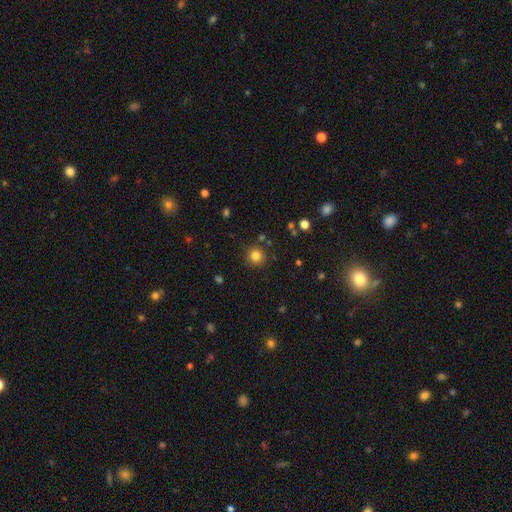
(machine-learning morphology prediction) smooth 81%, star or artifact 13%, featured or disk 5%. Down the decision tree: how rounded — round (94%); merging — none (88%).